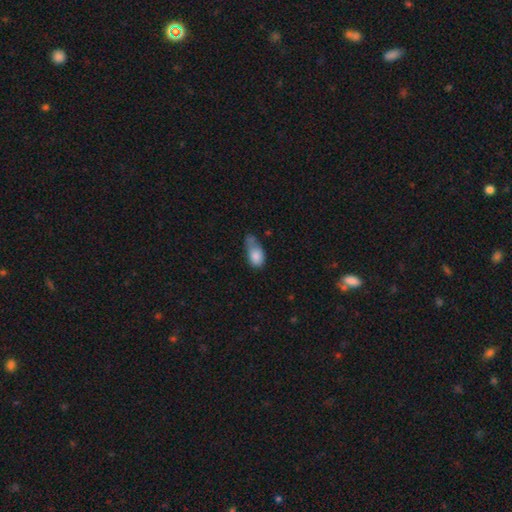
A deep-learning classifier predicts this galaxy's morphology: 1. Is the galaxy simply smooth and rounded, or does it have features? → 79% smooth, 12% featured or disk, 9% star or artifact.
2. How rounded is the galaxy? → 86% in between, 8% round, 5% cigar-shaped.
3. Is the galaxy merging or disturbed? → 37% minor disturbance, 25% none, 25% major disturbance, 14% merger.